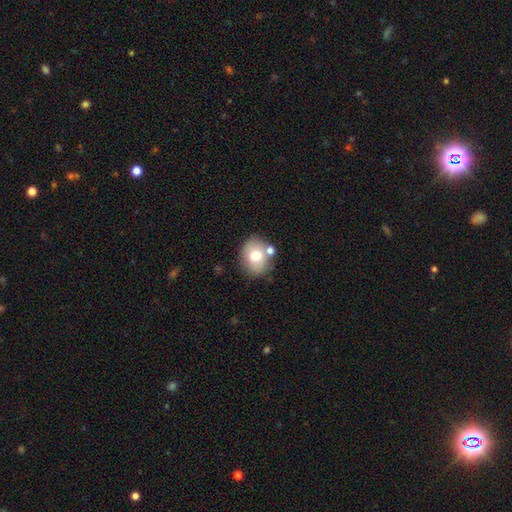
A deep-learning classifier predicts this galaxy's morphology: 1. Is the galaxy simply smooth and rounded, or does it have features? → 71% smooth, 19% featured or disk, 9% star or artifact.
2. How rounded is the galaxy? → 52% round, 47% in between, 1% cigar-shaped.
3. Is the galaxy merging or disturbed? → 70% none, 13% merger, 13% minor disturbance, 4% major disturbance.